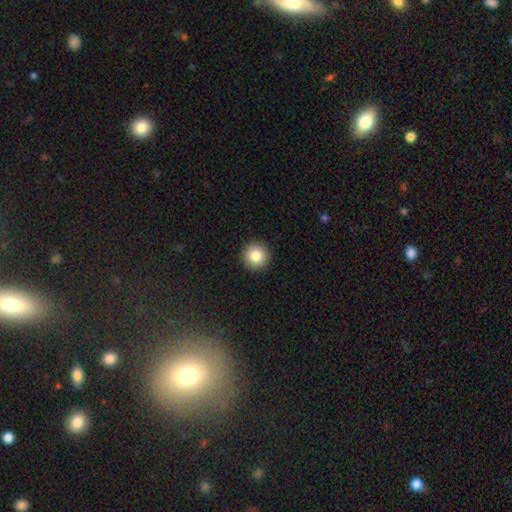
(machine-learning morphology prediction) Smooth or featured?
  - smooth: 84% *
  - star or artifact: 9%
  - featured or disk: 6%
How rounded?
  - round: 96% *
  - in between: 3%
  - cigar-shaped: 1%
Merging?
  - none: 93% *
  - minor disturbance: 4%
  - major disturbance: 2%
  - merger: 1%